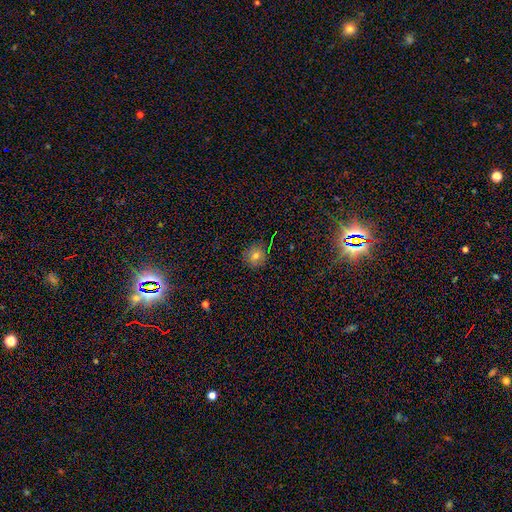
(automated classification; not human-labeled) smooth 73%, star or artifact 16%, featured or disk 11%. Down the decision tree: how rounded — round (92%); merging — none (87%).